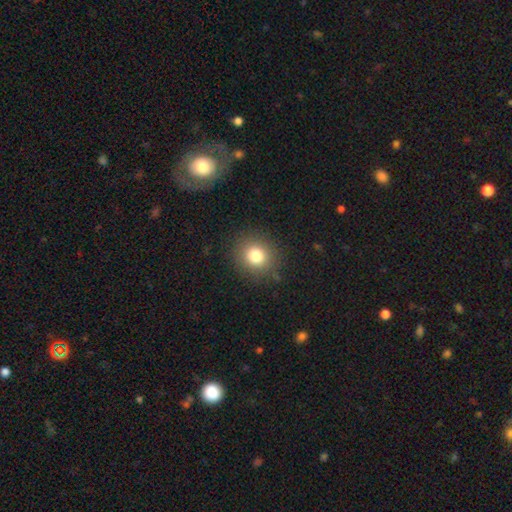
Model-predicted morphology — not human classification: Smooth or featured: smooth — 80% (star or artifact — 12%)
How rounded: round — 87% (in between — 12%)
Merging: none — 88% (minor disturbance — 8%)